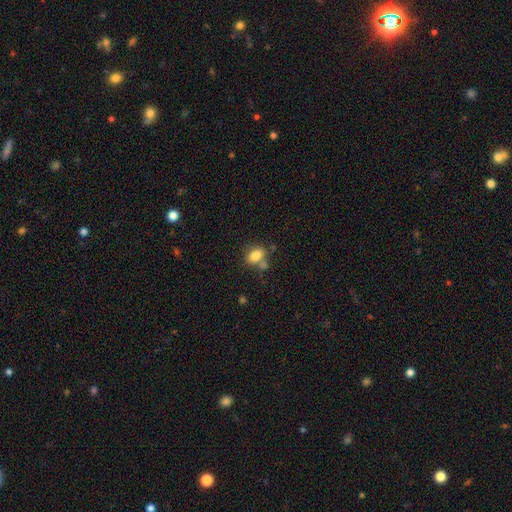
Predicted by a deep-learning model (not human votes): The model was most divided on "merging": none: 57%, merger: 22%, minor disturbance: 16%, major disturbance: 5%. More confident: smooth or featured — smooth (81%); how rounded — in between (81%).